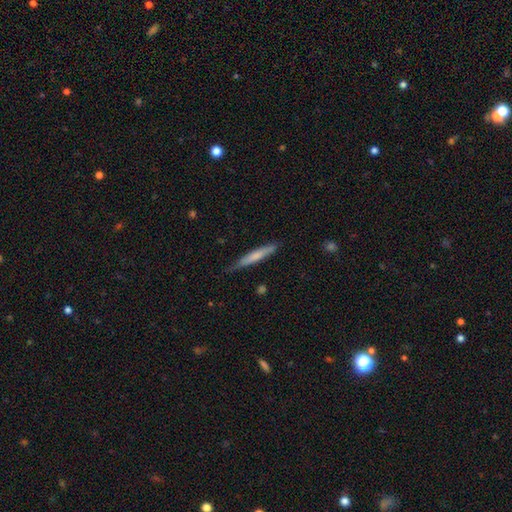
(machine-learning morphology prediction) Overall: smooth (61%; featured or disk 33%). How rounded: cigar-shaped (94%). Merging: none (74%).